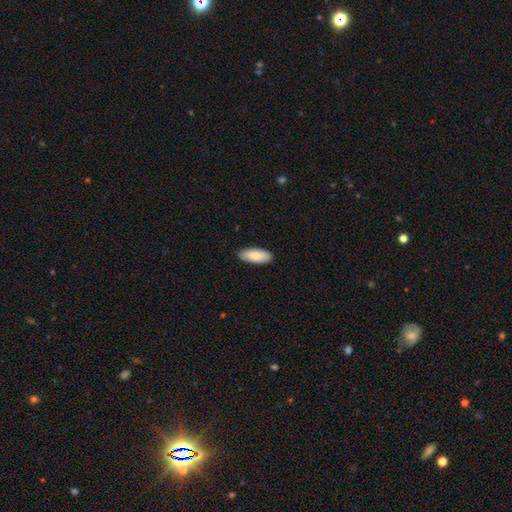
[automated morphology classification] A smooth galaxy with no disk features (79%) that is in between round and cigar-shaped (82%). Merging: none (89%).